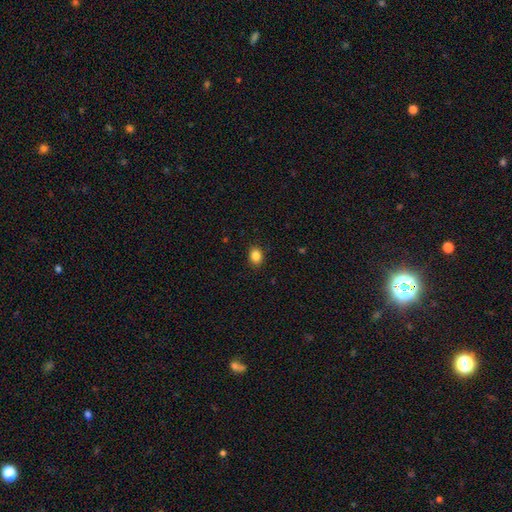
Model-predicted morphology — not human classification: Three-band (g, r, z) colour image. It shows a smooth galaxy with no disk features (86%) that is in between round and cigar-shaped (57%). Merging: none (89%).